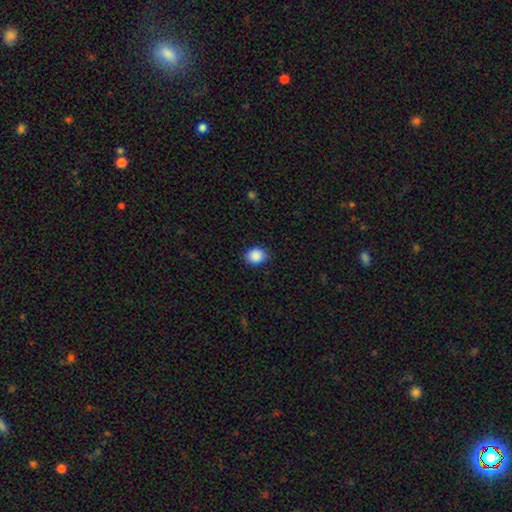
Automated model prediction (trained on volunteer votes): A smooth galaxy with no disk features (89%) that is round (52%). Merging: none (87%).